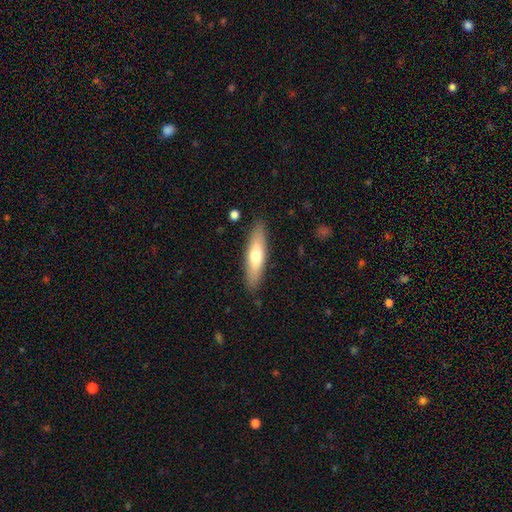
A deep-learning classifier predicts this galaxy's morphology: This is likely a smooth galaxy (62%). How rounded: likely cigar-shaped (67%). Merging: clearly none (87%).